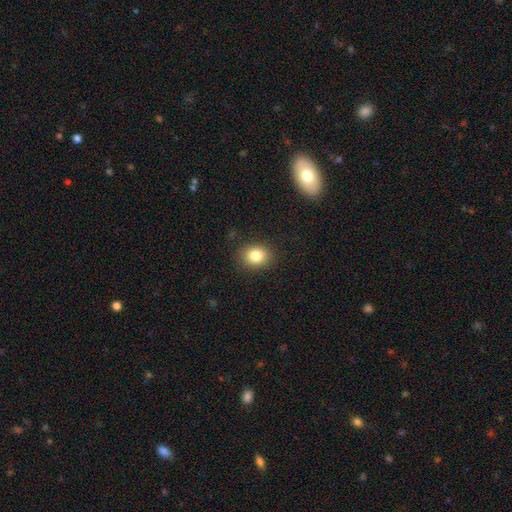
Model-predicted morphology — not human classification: Smooth or featured? smooth (83%)
How rounded? round (59%)
Merging? none (88%)